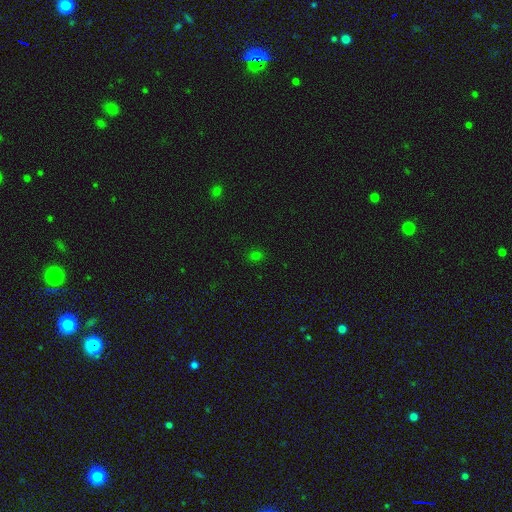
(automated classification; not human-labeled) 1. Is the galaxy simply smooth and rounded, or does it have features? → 68% smooth, 27% star or artifact, 5% featured or disk.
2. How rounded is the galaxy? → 60% round, 38% in between, 1% cigar-shaped.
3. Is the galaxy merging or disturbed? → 86% none, 10% minor disturbance, 3% major disturbance, 1% merger.